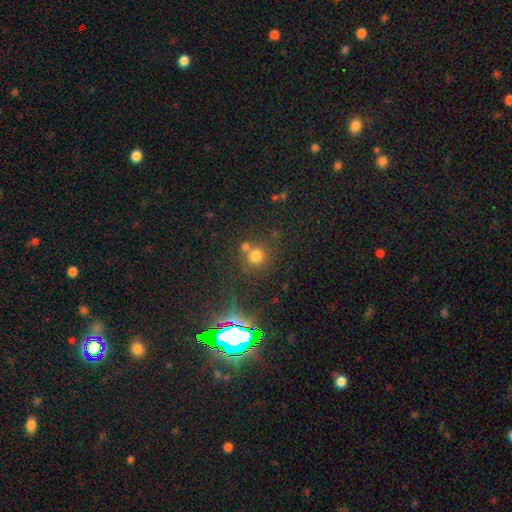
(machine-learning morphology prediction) smooth-or-featured: smooth: 68% | star or artifact: 24% | featured or disk: 8%
  how-rounded: round: 88% | in between: 11% | cigar-shaped: 1%
  merging: none: 64% | merger: 23% | minor disturbance: 9% | major disturbance: 5%